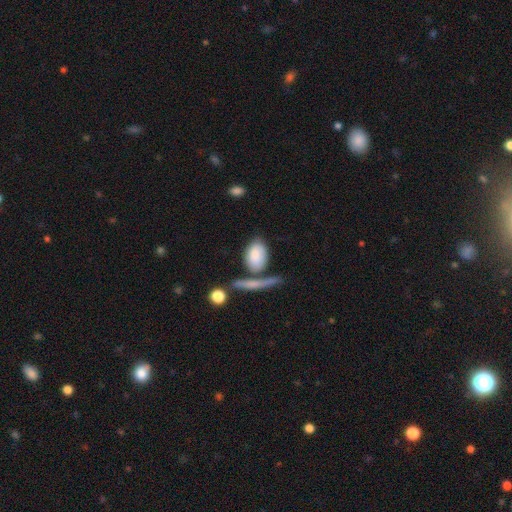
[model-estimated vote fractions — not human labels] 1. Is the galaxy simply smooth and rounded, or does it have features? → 81% smooth, 13% featured or disk, 6% star or artifact.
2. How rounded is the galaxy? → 84% in between, 12% round, 5% cigar-shaped.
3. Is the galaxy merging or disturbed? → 56% none, 20% merger, 17% minor disturbance, 7% major disturbance.